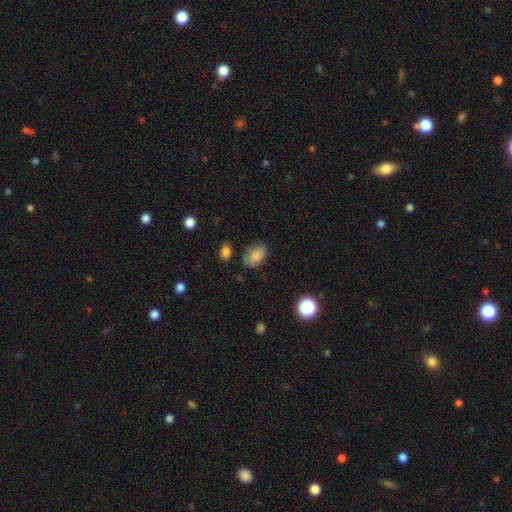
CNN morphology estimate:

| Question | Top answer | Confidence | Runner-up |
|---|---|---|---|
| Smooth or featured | smooth | 84% | star or artifact (9%) |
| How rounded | in between | 87% | round (12%) |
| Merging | none | 76% | minor disturbance (17%) |